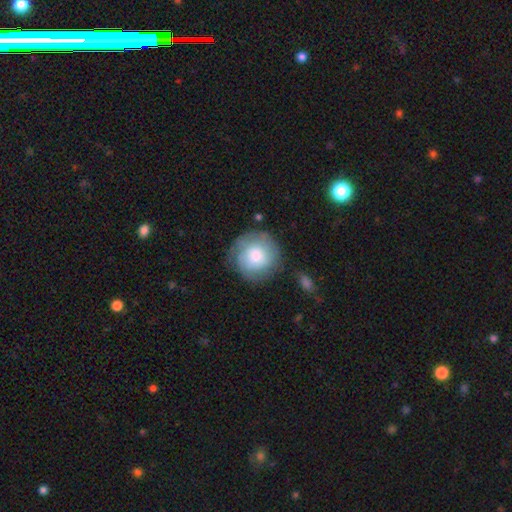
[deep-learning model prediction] A smooth galaxy with no disk features (62%) that is round (94%). Merging: none (72%).